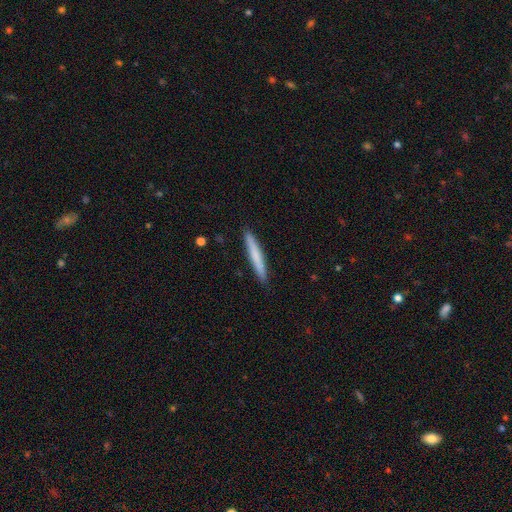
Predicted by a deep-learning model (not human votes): smooth-or-featured: smooth: 68% | featured or disk: 26% | star or artifact: 6%
  how-rounded: cigar-shaped: 96% | in between: 3% | round: 1%
  merging: none: 91% | minor disturbance: 6% | major disturbance: 1% | merger: 1%